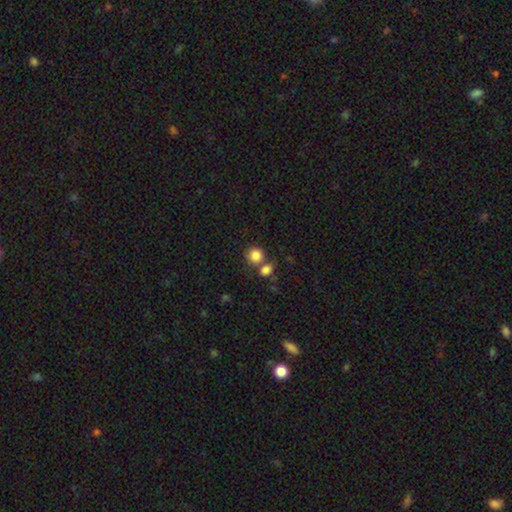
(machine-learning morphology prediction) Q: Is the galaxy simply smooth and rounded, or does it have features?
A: smooth — 84%.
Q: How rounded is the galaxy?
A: round — 86%.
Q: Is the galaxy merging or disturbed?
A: none — 57%.